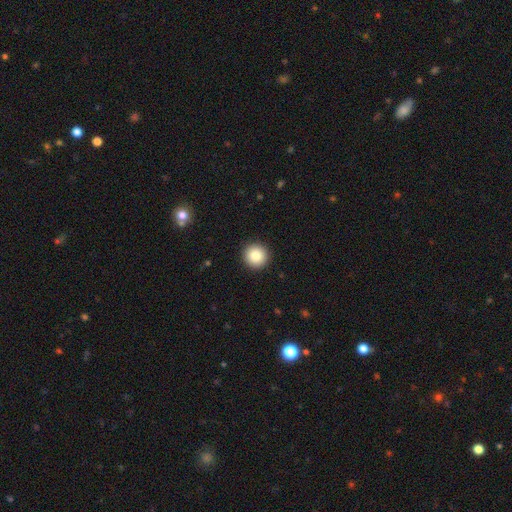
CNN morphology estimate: smooth 86%, star or artifact 9%, featured or disk 5%. Down the decision tree: how rounded — round (95%); merging — none (93%).